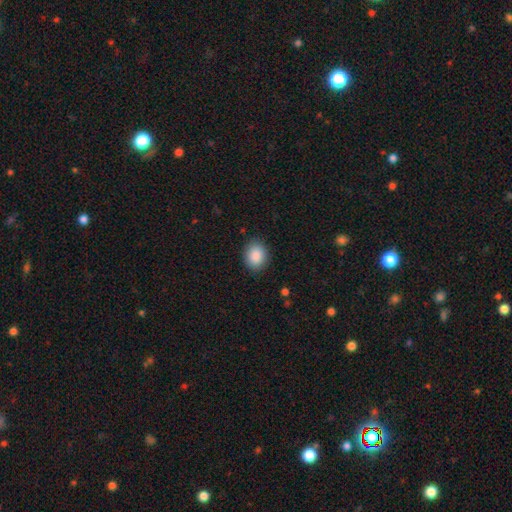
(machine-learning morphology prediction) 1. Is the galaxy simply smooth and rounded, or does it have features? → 89% smooth, 8% star or artifact, 3% featured or disk.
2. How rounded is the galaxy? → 50% round, 49% in between, 1% cigar-shaped.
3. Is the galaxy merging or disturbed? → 87% none, 9% minor disturbance, 2% major disturbance, 1% merger.